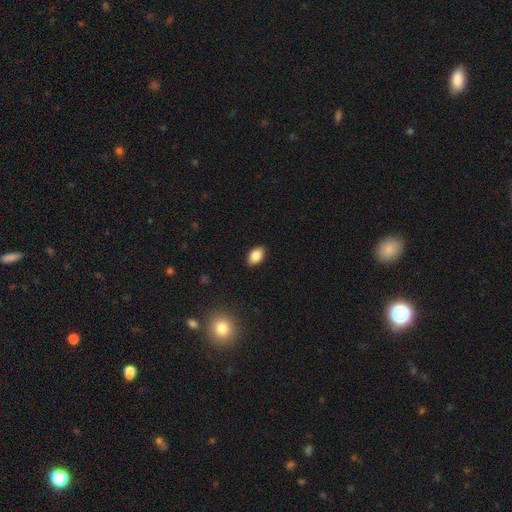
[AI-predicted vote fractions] Q: Smooth or featured?
A: smooth (85%); runner-up: star or artifact (8%)
Q: How rounded?
A: in between (89%); runner-up: round (10%)
Q: Merging?
A: none (88%); runner-up: minor disturbance (9%)